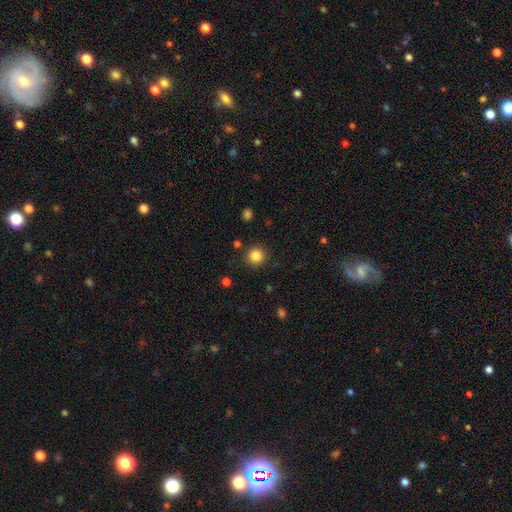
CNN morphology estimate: Smooth or featured?
  - smooth: 85% *
  - star or artifact: 11%
  - featured or disk: 4%
How rounded?
  - round: 94% *
  - in between: 5%
  - cigar-shaped: 1%
Merging?
  - none: 89% *
  - minor disturbance: 6%
  - major disturbance: 3%
  - merger: 2%